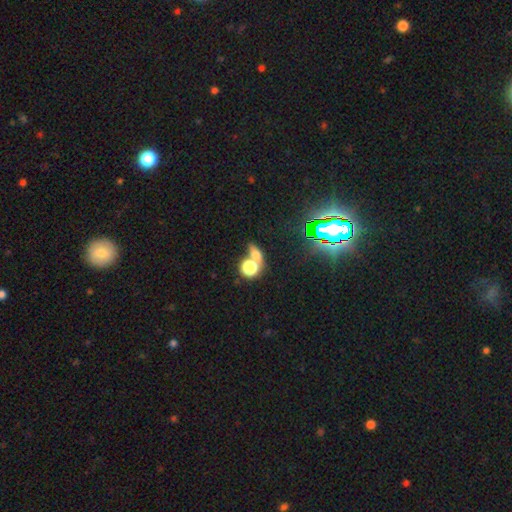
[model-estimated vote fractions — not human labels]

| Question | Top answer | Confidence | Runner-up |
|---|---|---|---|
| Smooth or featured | smooth | 62% | star or artifact (21%) |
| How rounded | in between | 47% | round (46%) |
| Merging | merger | 49% | none (36%) |